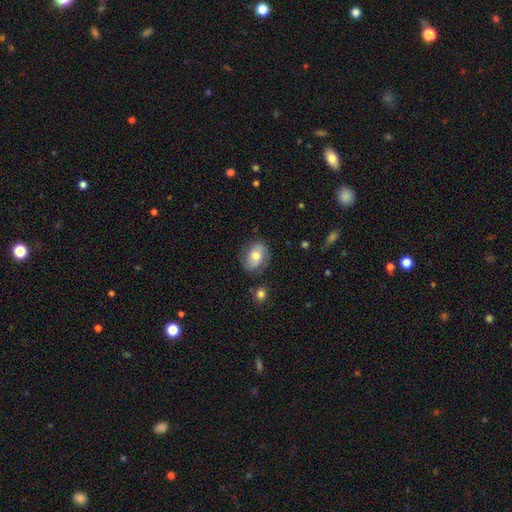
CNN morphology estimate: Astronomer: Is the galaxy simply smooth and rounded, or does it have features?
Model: smooth — 47% (runner-up: featured or disk, 46%).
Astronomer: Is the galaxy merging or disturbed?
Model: none — 75%.